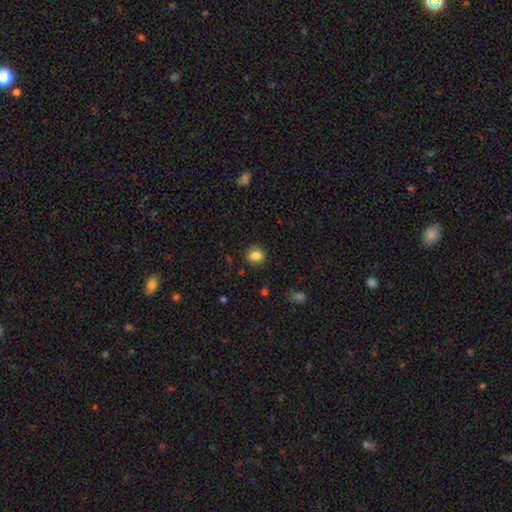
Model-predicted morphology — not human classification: smooth 84%, star or artifact 10%, featured or disk 6%. Down the decision tree: how rounded — round (69%); merging — none (86%).